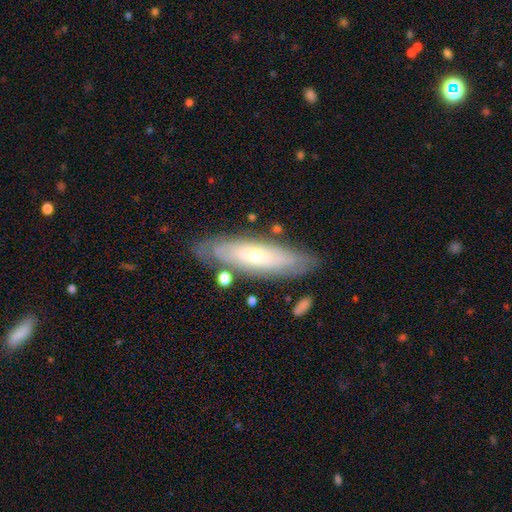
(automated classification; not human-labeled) The model was most divided on "smooth or featured": featured or disk: 55%, smooth: 39%, star or artifact: 6%. More confident: merging — none (79%); edge-on disk — no (63%).